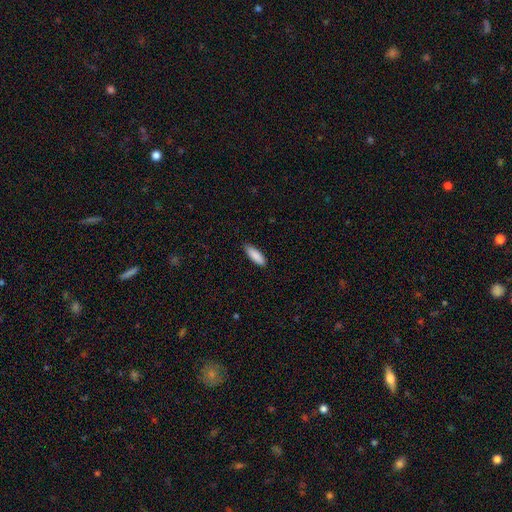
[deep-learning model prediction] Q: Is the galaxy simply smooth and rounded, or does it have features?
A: smooth — 89%.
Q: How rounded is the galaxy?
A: in between — 51%.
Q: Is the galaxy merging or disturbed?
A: none — 86%.